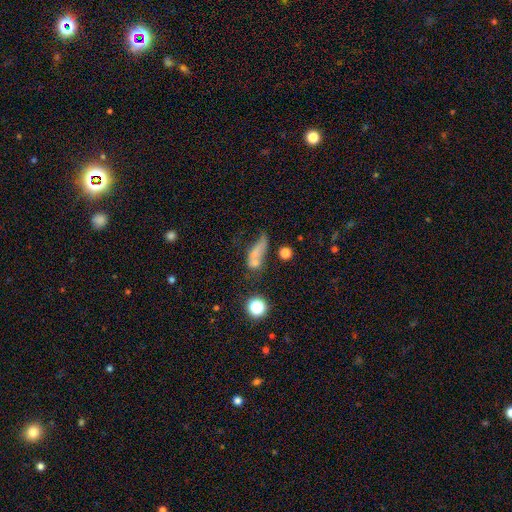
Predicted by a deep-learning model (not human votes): Smooth or featured? smooth (62%)
How rounded? in between (54%)
Merging? none (29%)